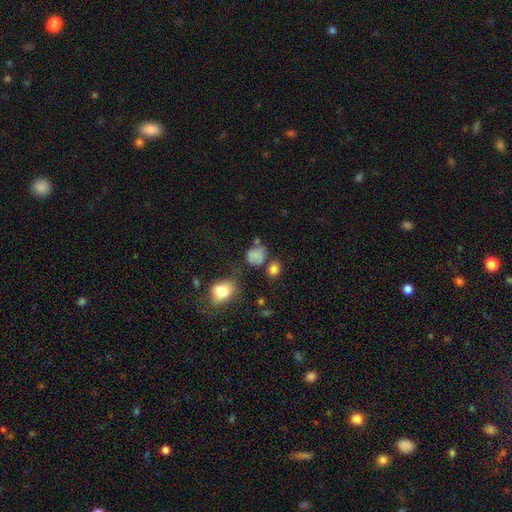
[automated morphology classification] Q: Smooth or featured?
A: smooth (77%); runner-up: star or artifact (13%)
Q: How rounded?
A: round (68%); runner-up: in between (31%)
Q: Merging?
A: none (56%); runner-up: minor disturbance (22%)